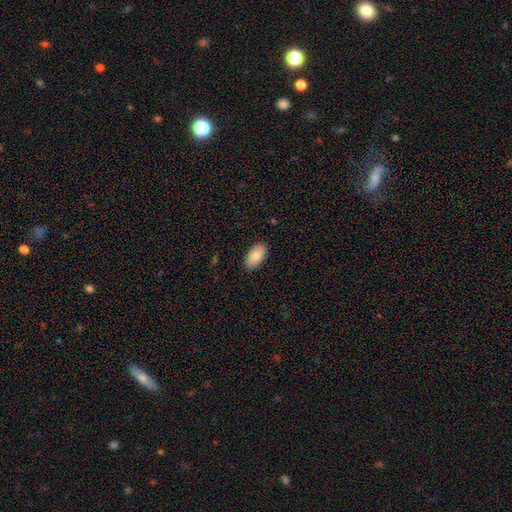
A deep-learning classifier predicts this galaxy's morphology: Smooth or featured?
  - smooth: 87% *
  - featured or disk: 6%
  - star or artifact: 6%
How rounded?
  - in between: 95% *
  - cigar-shaped: 2%
  - round: 2%
Merging?
  - none: 89% *
  - minor disturbance: 8%
  - major disturbance: 2%
  - merger: 1%